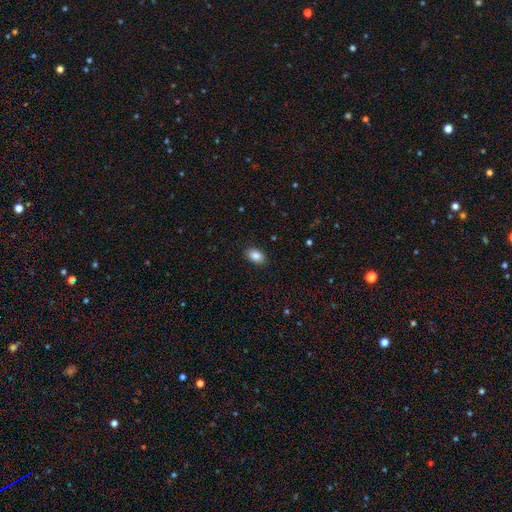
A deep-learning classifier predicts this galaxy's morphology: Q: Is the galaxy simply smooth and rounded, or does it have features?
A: smooth — 86%.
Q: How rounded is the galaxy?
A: in between — 88%.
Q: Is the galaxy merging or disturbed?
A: none — 89%.